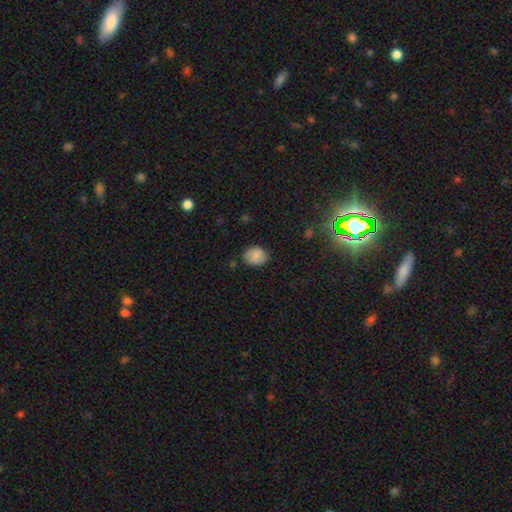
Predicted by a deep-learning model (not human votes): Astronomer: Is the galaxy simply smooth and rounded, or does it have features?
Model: smooth — 85%.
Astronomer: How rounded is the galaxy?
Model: round — 53% (runner-up: in between, 46%).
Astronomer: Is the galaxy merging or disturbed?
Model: none — 80%.